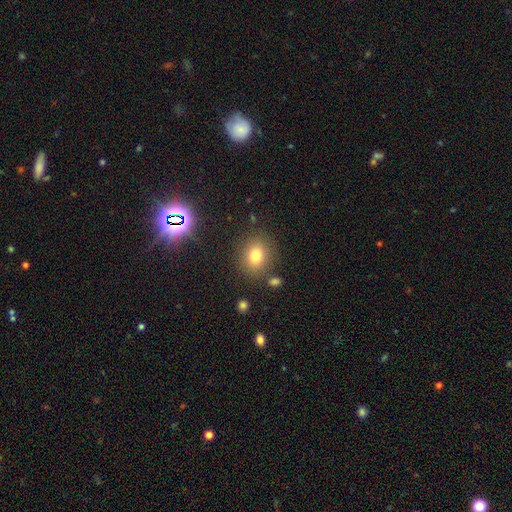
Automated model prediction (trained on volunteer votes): Smooth or featured? Predicted: smooth (p=0.77). How rounded? Predicted: round (p=0.62). Merging? Predicted: none (p=0.81).